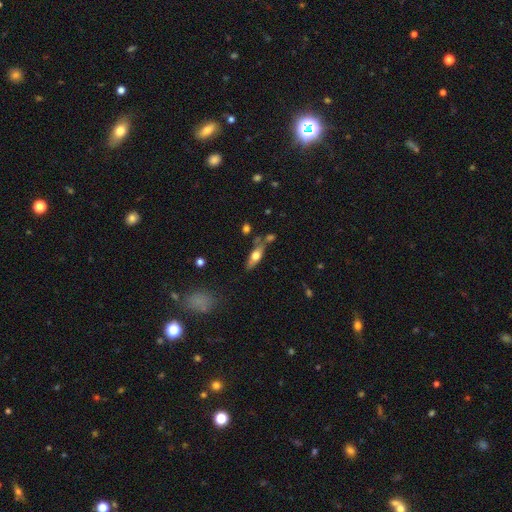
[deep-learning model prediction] Q: Smooth or featured?
A: smooth (49%); runner-up: featured or disk (44%)
Q: Merging?
A: none (64%); runner-up: minor disturbance (17%)